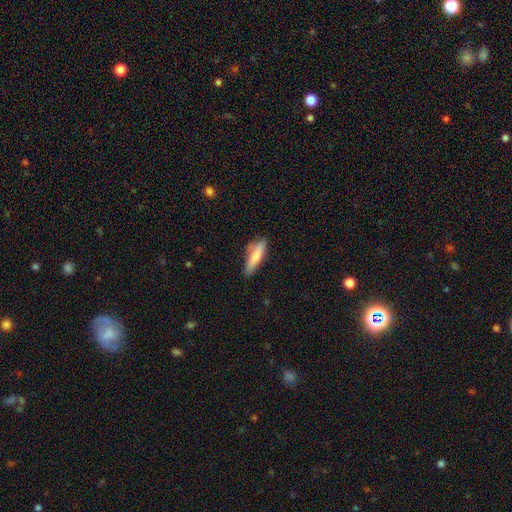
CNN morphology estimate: Q: Smooth or featured?
A: smooth (75%); runner-up: featured or disk (19%)
Q: How rounded?
A: cigar-shaped (66%); runner-up: in between (32%)
Q: Merging?
A: none (73%); runner-up: minor disturbance (20%)